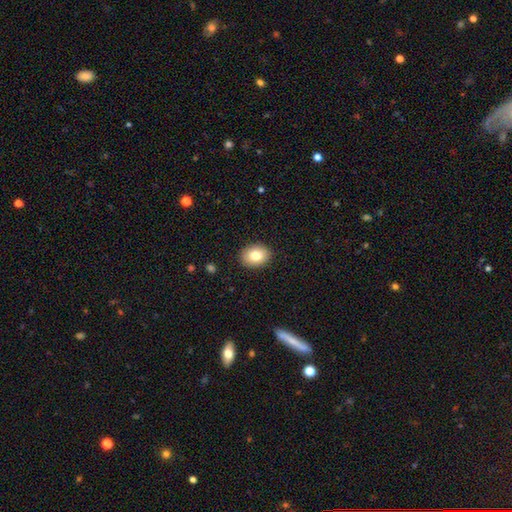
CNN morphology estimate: Smooth or featured?
  - smooth: 81% *
  - featured or disk: 11%
  - star or artifact: 9%
How rounded?
  - in between: 58% *
  - round: 41%
  - cigar-shaped: 1%
Merging?
  - none: 90% *
  - minor disturbance: 7%
  - major disturbance: 2%
  - merger: 1%